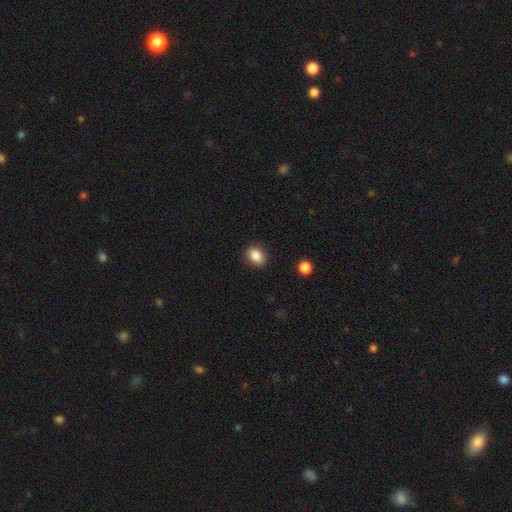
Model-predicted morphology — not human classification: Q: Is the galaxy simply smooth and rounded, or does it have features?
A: smooth — 86%.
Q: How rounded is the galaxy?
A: in between — 63%.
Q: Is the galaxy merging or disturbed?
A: none — 88%.